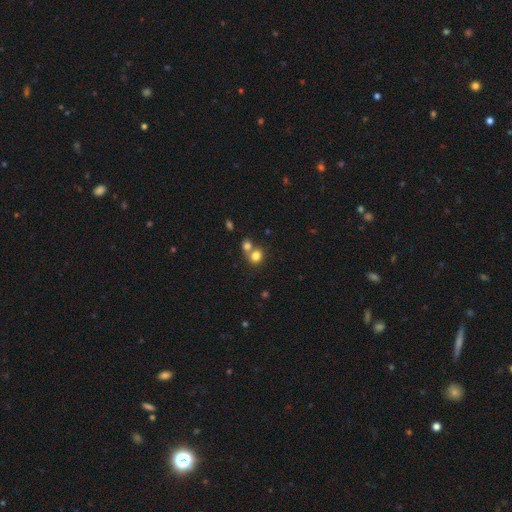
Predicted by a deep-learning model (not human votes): A smooth galaxy with no disk features (79%) that is round (69%). Merging: merger (49%).